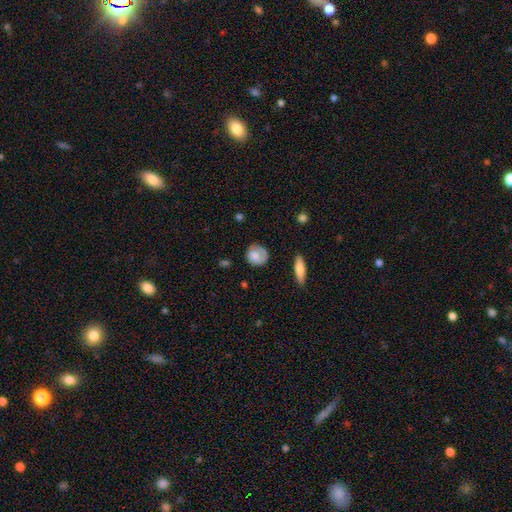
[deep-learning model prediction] Smooth or featured? Predicted: smooth (p=0.72). How rounded? Predicted: round (p=0.83). Merging? Predicted: none (p=0.68).